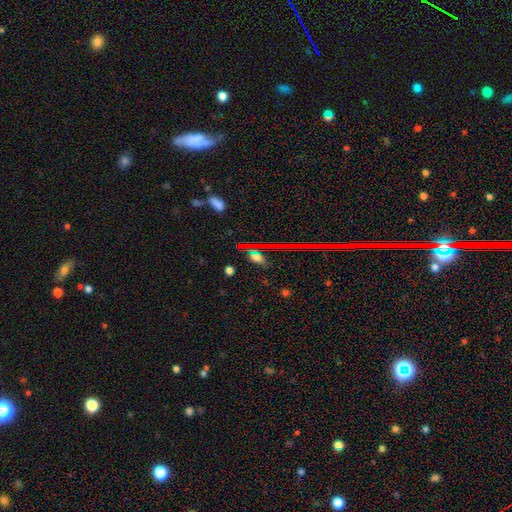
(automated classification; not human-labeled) Smooth or featured: smooth — 50% (star or artifact — 37%)
How rounded: in between — 60% (round — 25%)
Merging: none — 78% (minor disturbance — 13%)